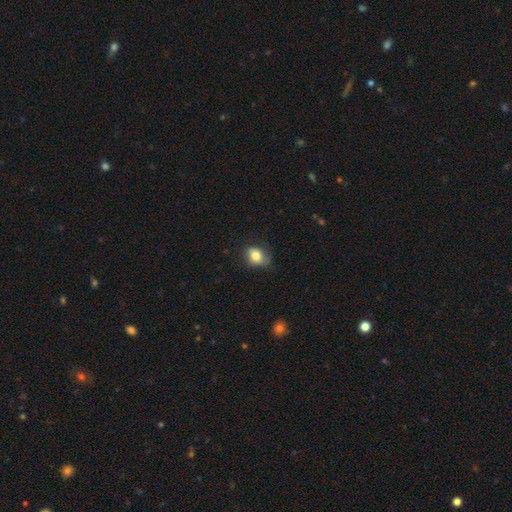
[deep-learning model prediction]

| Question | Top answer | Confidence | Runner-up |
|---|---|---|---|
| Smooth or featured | smooth | 81% | featured or disk (10%) |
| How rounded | in between | 58% | round (40%) |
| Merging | none | 62% | minor disturbance (29%) |